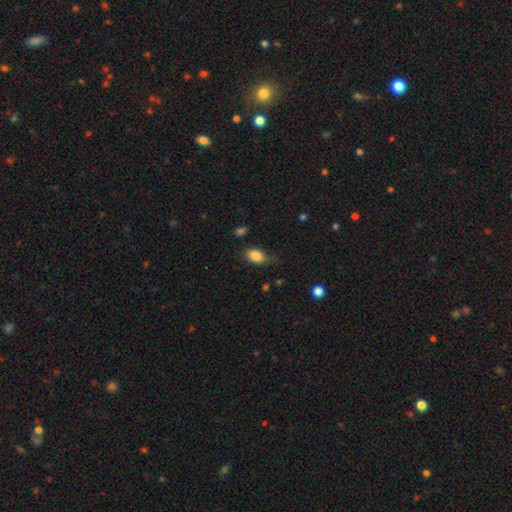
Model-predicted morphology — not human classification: Q: Smooth or featured?
A: smooth (85%); runner-up: star or artifact (8%)
Q: How rounded?
A: in between (86%); runner-up: round (12%)
Q: Merging?
A: none (64%); runner-up: minor disturbance (27%)